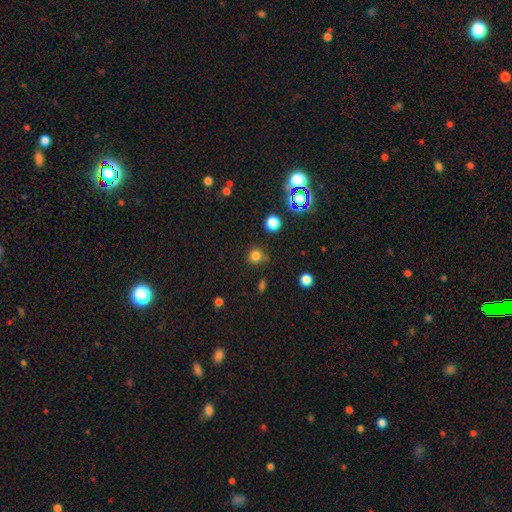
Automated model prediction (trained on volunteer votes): Morphology: type=smooth (77%); roundness=round (90%); merging=none (77%).